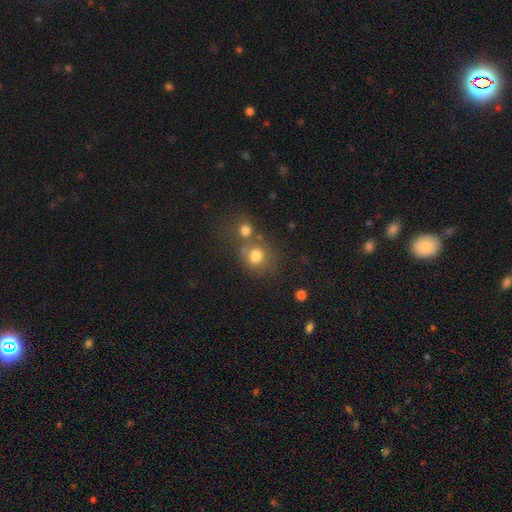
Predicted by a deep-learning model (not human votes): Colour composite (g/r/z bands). It shows a smooth galaxy with no disk features (77%) that is round (83%). Merging: none (54%).